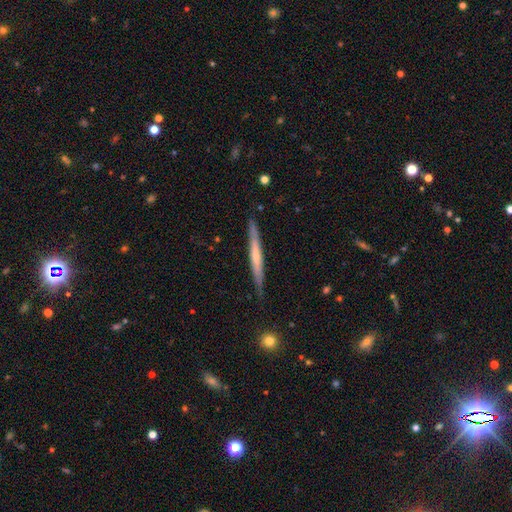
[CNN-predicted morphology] type=featured or disk (56%); edge-on=yes (96%); edge-on bulge=none (63%); merging=none (87%).